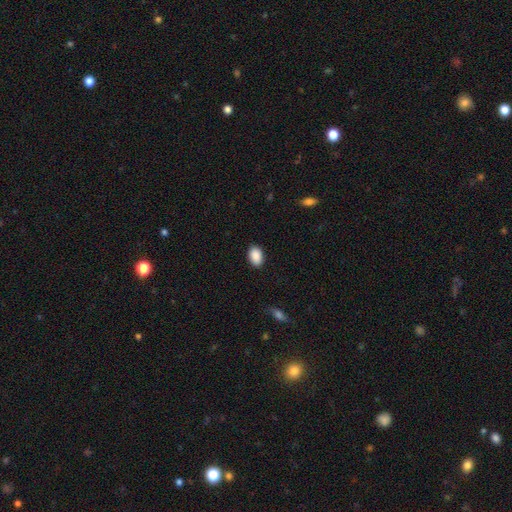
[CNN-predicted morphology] Smooth or featured? smooth (90%)
How rounded? in between (88%)
Merging? none (87%)